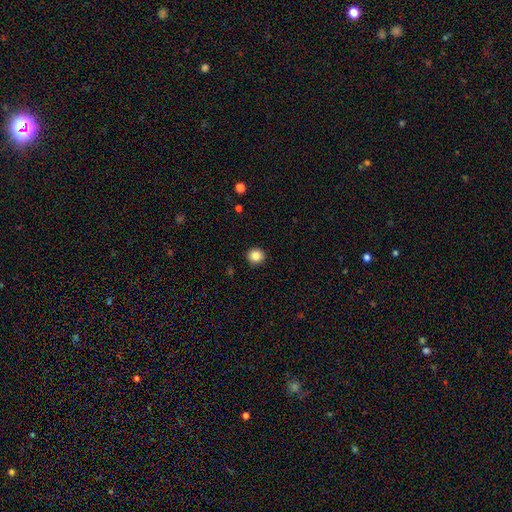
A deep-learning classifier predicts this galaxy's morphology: This appears to be a smooth galaxy with no disk features (85%) that is round (92%). Merging: none (92%).